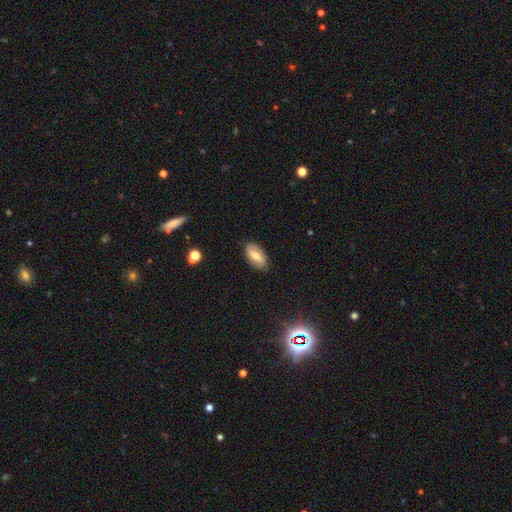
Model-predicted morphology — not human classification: A smooth galaxy with no disk features (58%) that is in between round and cigar-shaped (90%).

Vote fractions:
- Smooth or featured? smooth: 58% / featured or disk: 35% / star or artifact: 8%
- How rounded? in between: 90% / cigar-shaped: 6% / round: 4%
- Merging? none: 85% / minor disturbance: 11% / major disturbance: 2% / merger: 1%